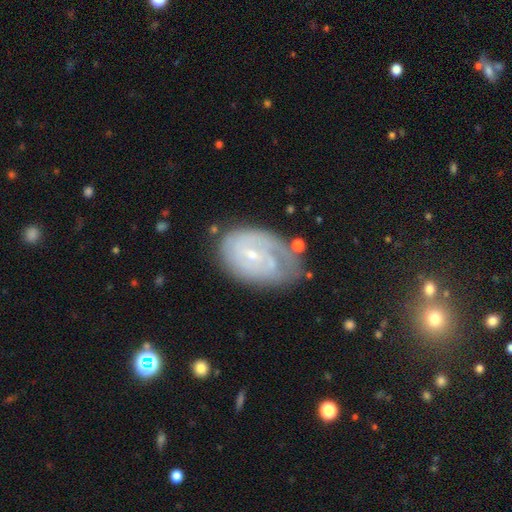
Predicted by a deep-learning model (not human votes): Smooth or featured?
  - featured or disk: 74% *
  - smooth: 18%
  - star or artifact: 8%
Edge-on disk?
  - no: 96% *
  - yes: 4%
Bar?
  - no: 59% *
  - weak: 34%
  - strong: 7%
Spiral arms?
  - yes: 87% *
  - no: 13%
Spiral winding?
  - tight: 66% *
  - medium: 26%
  - loose: 9%
Spiral arm count?
  - can't tell: 44% *
  - 2: 31%
  - 3: 10%
  - 1: 7%
  - 4: 4%
  - more than 4: 4%
Bulge size?
  - small: 77% *
  - moderate: 19%
  - none: 2%
  - large: 1%
  - dominant: 1%
Merging?
  - none: 61% *
  - minor disturbance: 25%
  - major disturbance: 10%
  - merger: 4%